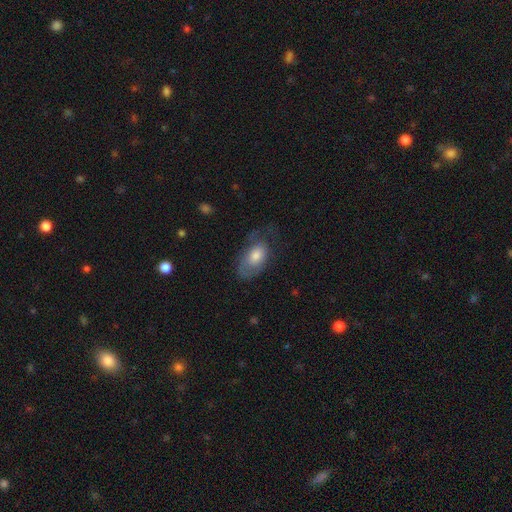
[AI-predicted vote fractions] This is possibly a smooth galaxy (59%). How rounded: clearly in between (91%). Merging: marginally none (45%).